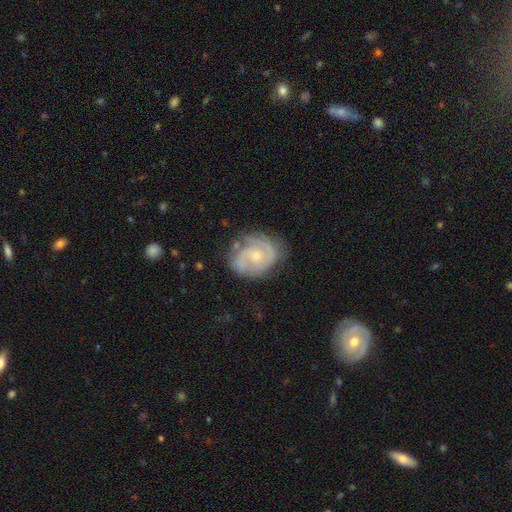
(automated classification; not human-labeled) Q: Smooth or featured?
A: featured or disk (84%); runner-up: smooth (11%)
Q: Edge-on disk?
A: no (98%); runner-up: yes (2%)
Q: Bar?
A: no (65%); runner-up: weak (30%)
Q: Spiral arms?
A: yes (95%); runner-up: no (5%)
Q: Spiral winding?
A: tight (47%); runner-up: medium (42%)
Q: Spiral arm count?
A: 2 (64%); runner-up: 3 (15%)
Q: Bulge size?
A: small (61%); runner-up: moderate (35%)
Q: Merging?
A: none (69%); runner-up: minor disturbance (21%)